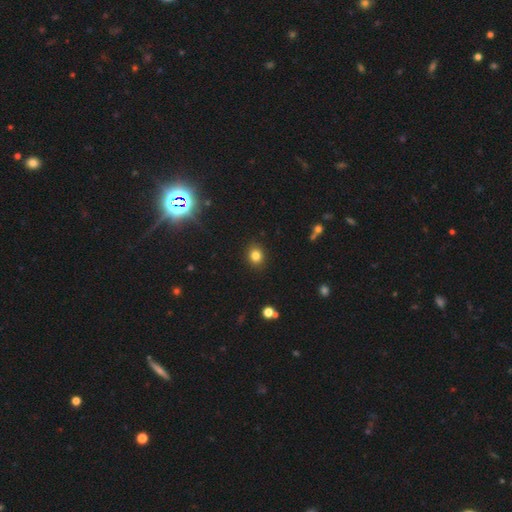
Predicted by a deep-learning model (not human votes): Smooth or featured? Predicted: smooth (p=0.82). How rounded? Predicted: round (p=0.73). Merging? Predicted: none (p=0.90).